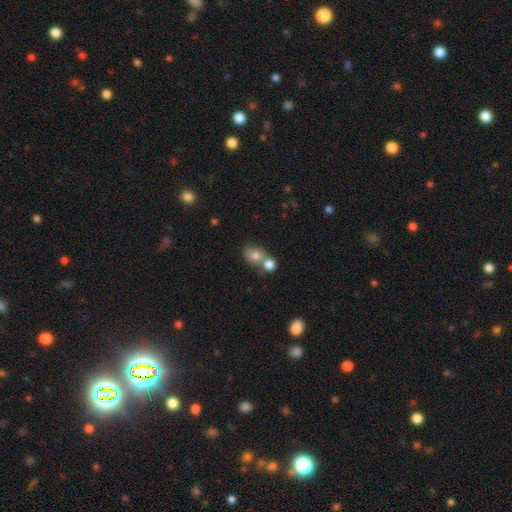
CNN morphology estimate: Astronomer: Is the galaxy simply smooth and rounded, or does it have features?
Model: smooth — 77%.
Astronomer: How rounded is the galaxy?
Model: round — 50% (runner-up: in between, 49%).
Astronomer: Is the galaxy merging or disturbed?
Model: merger — 51% (runner-up: none, 36%).